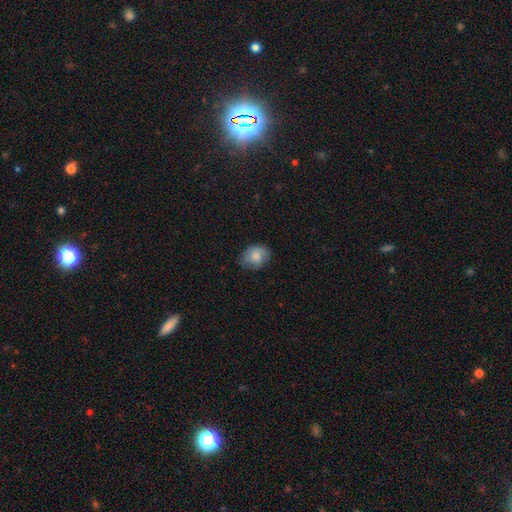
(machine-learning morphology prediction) This is clearly a smooth galaxy (81%). How rounded: likely in between (61%). Merging: likely none (73%).